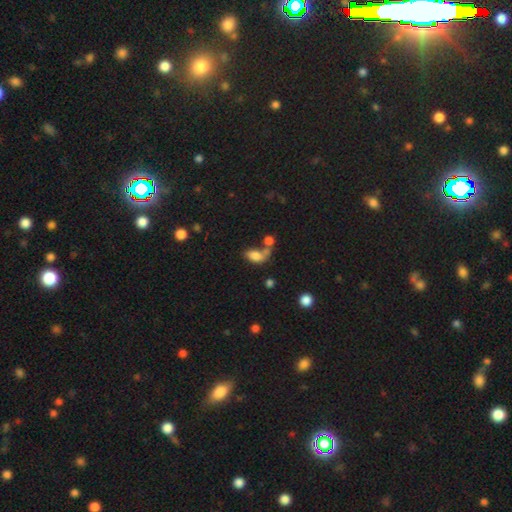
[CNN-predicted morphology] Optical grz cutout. It shows a smooth galaxy with no disk features (77%) that is in between round and cigar-shaped (89%). Merging: merger (41%).